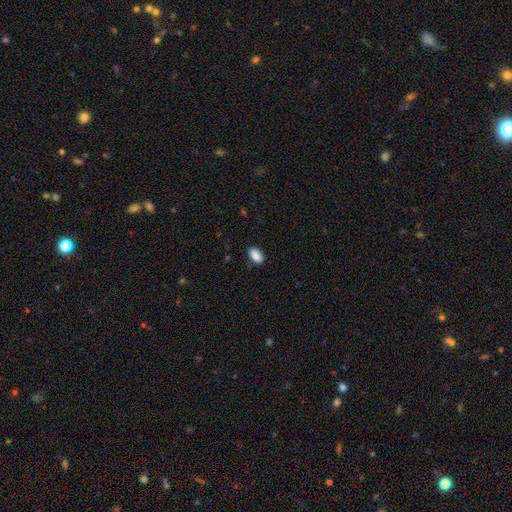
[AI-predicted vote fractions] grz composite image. It shows a smooth galaxy with no disk features (90%) that is in between round and cigar-shaped (92%). Merging: none (87%).